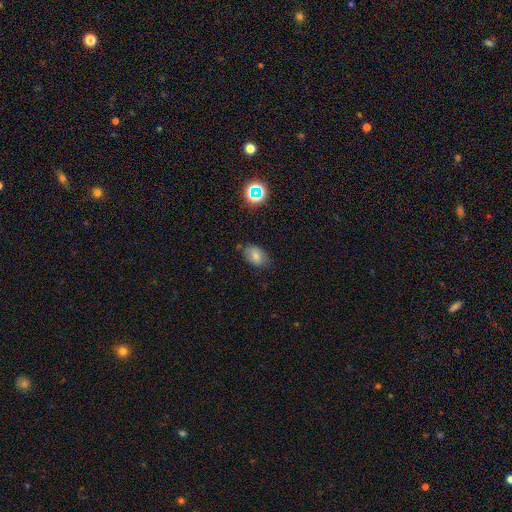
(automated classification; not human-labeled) A smooth galaxy with no disk features (76%) that is in between round and cigar-shaped (86%). Merging: none (74%).